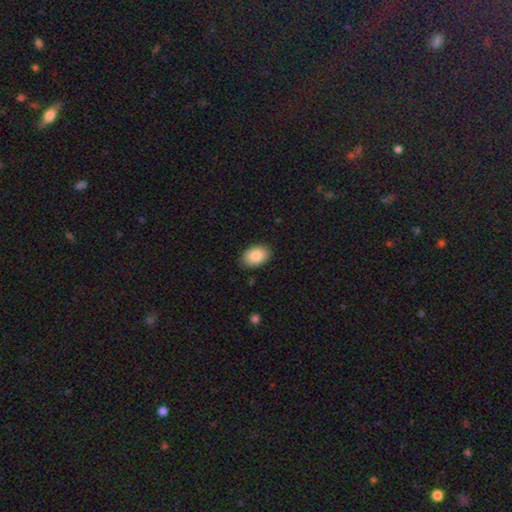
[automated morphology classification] Overall: smooth (85%). How rounded: in between (86%). Merging: none (87%).